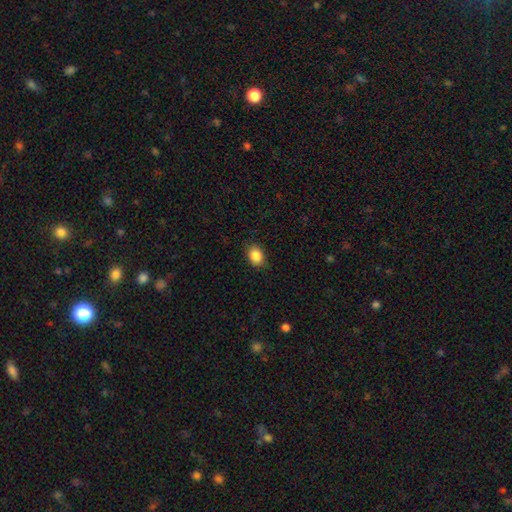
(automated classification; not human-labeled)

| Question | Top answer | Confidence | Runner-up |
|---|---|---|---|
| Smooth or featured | smooth | 87% | star or artifact (9%) |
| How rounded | in between | 63% | round (36%) |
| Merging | none | 84% | minor disturbance (12%) |